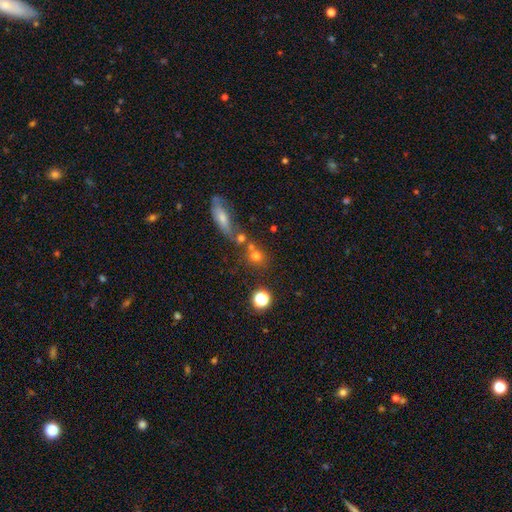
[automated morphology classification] smooth 67%, star or artifact 19%, featured or disk 14%. Down the decision tree: how rounded — round (81%); merging — none (55%).